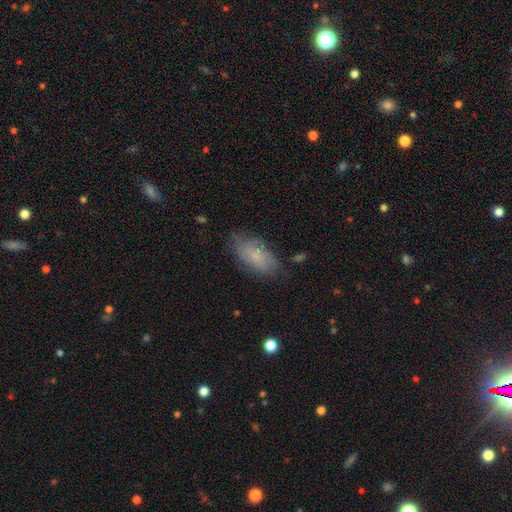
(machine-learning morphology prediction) Q: Smooth or featured?
A: smooth (65%); runner-up: featured or disk (26%)
Q: How rounded?
A: in between (92%); runner-up: cigar-shaped (5%)
Q: Merging?
A: none (68%); runner-up: minor disturbance (23%)